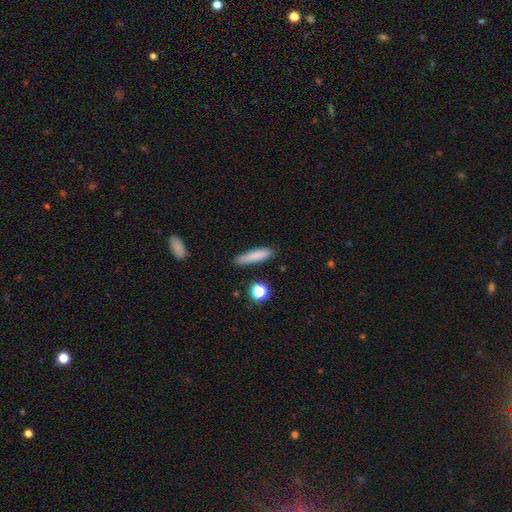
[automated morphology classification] smooth 82%, featured or disk 10%, star or artifact 8%. Down the decision tree: how rounded — cigar-shaped (82%); merging — none (83%).